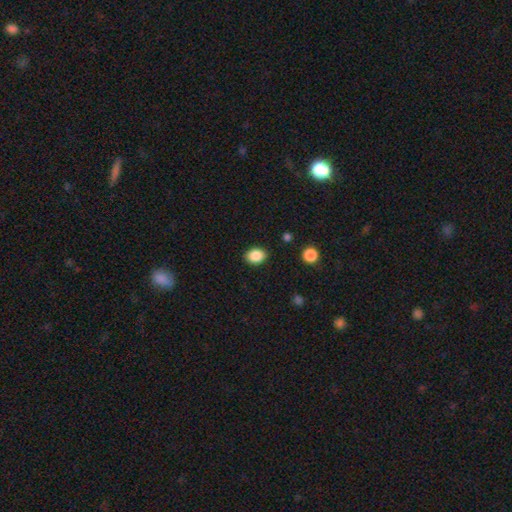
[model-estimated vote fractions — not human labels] A smooth galaxy with no disk features (87%) that is in between round and cigar-shaped (58%). Merging: none (88%).